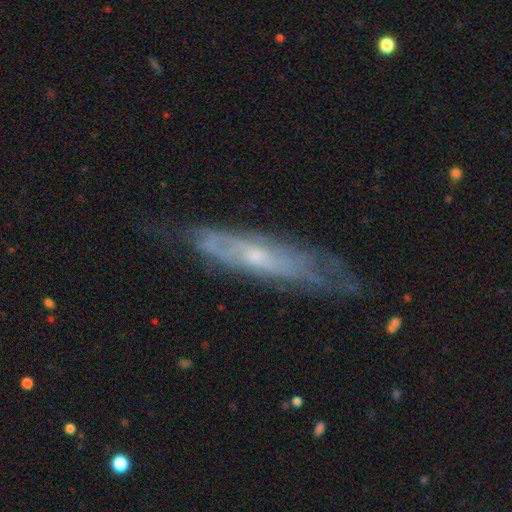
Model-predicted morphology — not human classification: Smooth or featured?
  - featured or disk: 70% *
  - smooth: 22%
  - star or artifact: 7%
Edge-on disk?
  - no: 56% *
  - yes: 44%
Merging?
  - none: 63% *
  - minor disturbance: 25%
  - major disturbance: 10%
  - merger: 2%